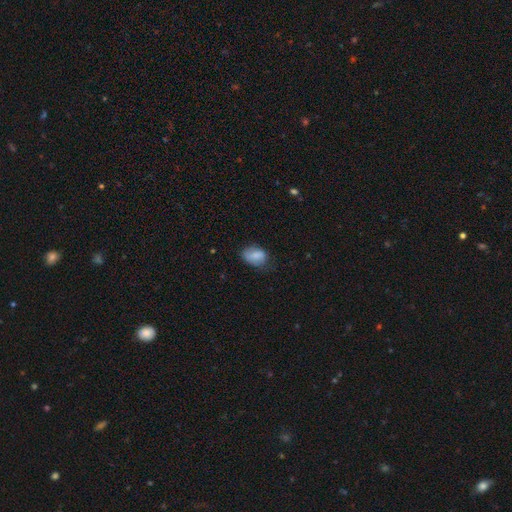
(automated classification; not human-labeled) Smooth or featured?
  - smooth: 78% *
  - featured or disk: 14%
  - star or artifact: 8%
How rounded?
  - in between: 82% *
  - round: 17%
  - cigar-shaped: 2%
Merging?
  - none: 59% *
  - minor disturbance: 30%
  - major disturbance: 9%
  - merger: 1%